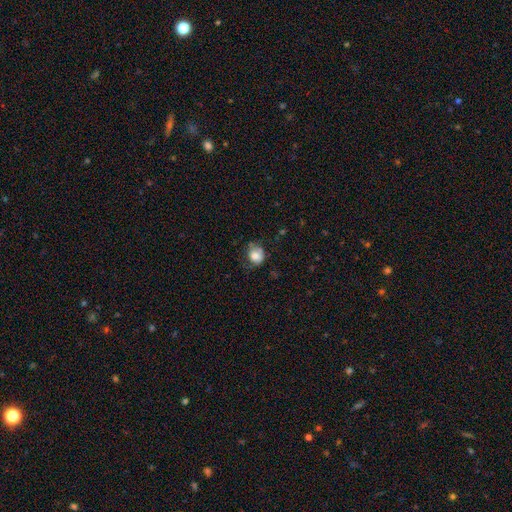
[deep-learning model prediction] A smooth galaxy with no disk features (71%) that is round (58%).

Vote fractions:
- Smooth or featured? smooth: 71% / featured or disk: 19% / star or artifact: 10%
- How rounded? round: 58% / in between: 41% / cigar-shaped: 1%
- Merging? none: 45% / minor disturbance: 33% / major disturbance: 19% / merger: 4%